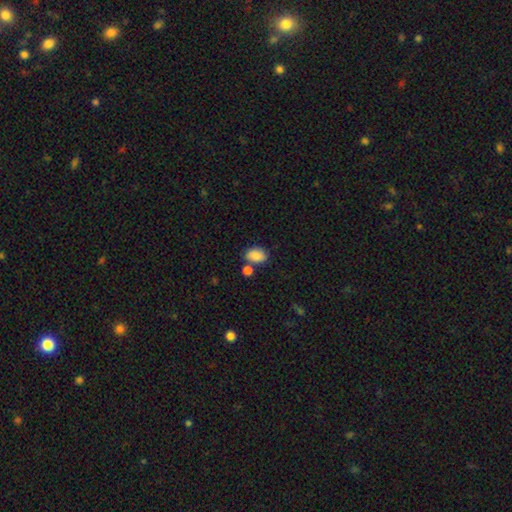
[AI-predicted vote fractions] Smooth or featured? Predicted: smooth (p=0.87). How rounded? Predicted: in between (p=0.81). Merging? Predicted: none (p=0.65).